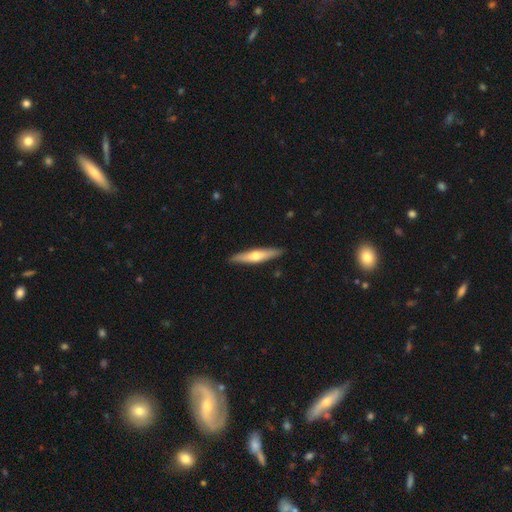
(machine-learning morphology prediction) type=featured or disk (50%); merging=none (90%).